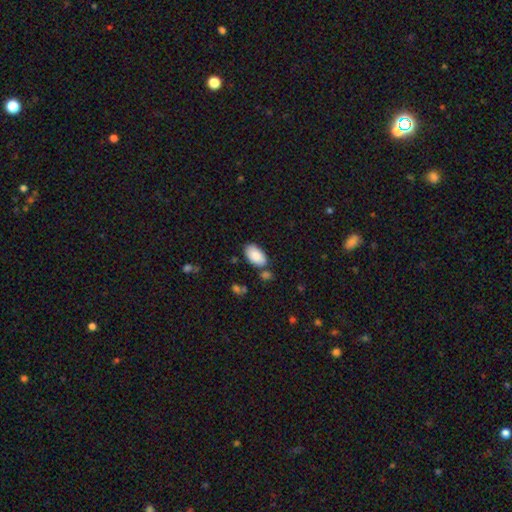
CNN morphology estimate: A smooth galaxy with no disk features (88%) that is in between round and cigar-shaped (95%). Merging: none (74%).